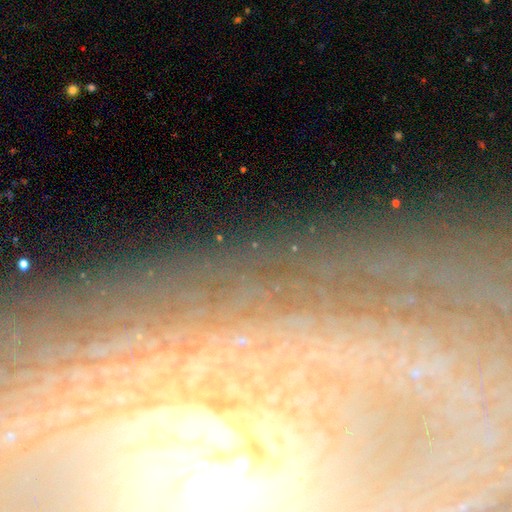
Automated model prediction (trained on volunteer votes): The model was most divided on "bulge size": small: 40%, moderate: 37%, large: 15%, none: 4%, dominant: 4%. More confident: spiral arms — yes (82%); edge-on disk — no (82%); merging — none (80%); smooth or featured — featured or disk (62%); bar — no (58%).